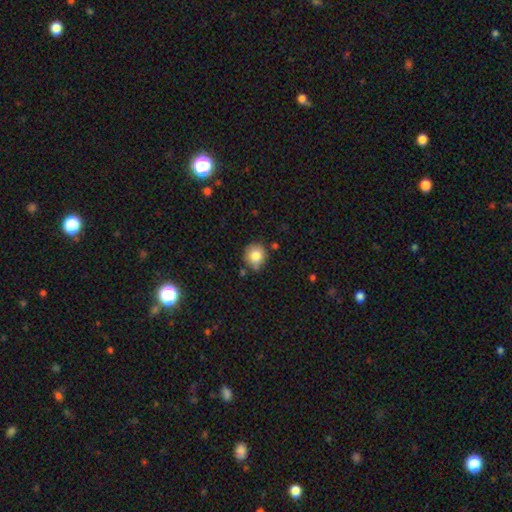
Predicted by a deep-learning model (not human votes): This appears to be a smooth galaxy with no disk features (83%) that is round (87%). Merging: none (74%).